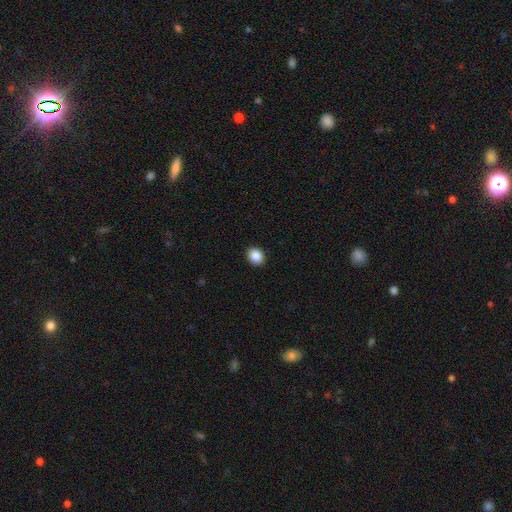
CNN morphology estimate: Q: Smooth or featured?
A: smooth (88%); runner-up: star or artifact (9%)
Q: How rounded?
A: round (59%); runner-up: in between (40%)
Q: Merging?
A: none (92%); runner-up: minor disturbance (6%)